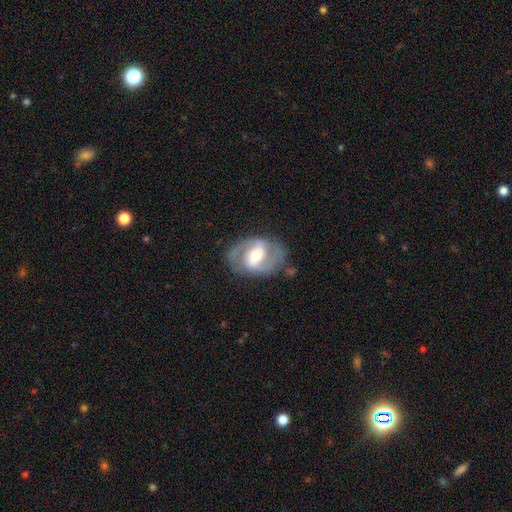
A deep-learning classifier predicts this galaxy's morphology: Smooth or featured? featured or disk (80%)
Edge-on disk? no (96%)
Bar? weak (40%)
Spiral arms? yes (84%)
Spiral winding? medium (54%)
Spiral arm count? 2 (88%)
Bulge size? moderate (63%)
Merging? none (77%)